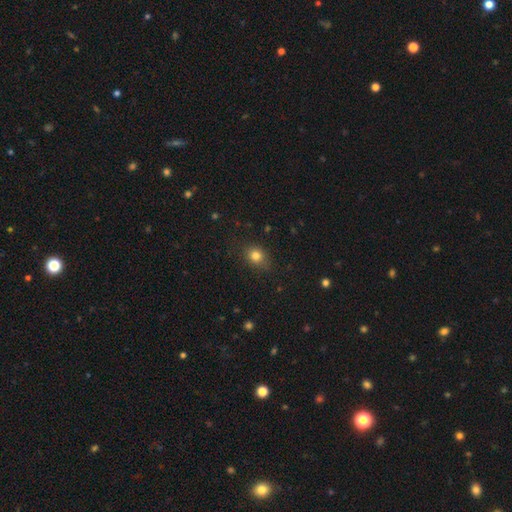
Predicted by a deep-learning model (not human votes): A smooth galaxy with no disk features (81%) that is round (62%). Merging: none (79%).